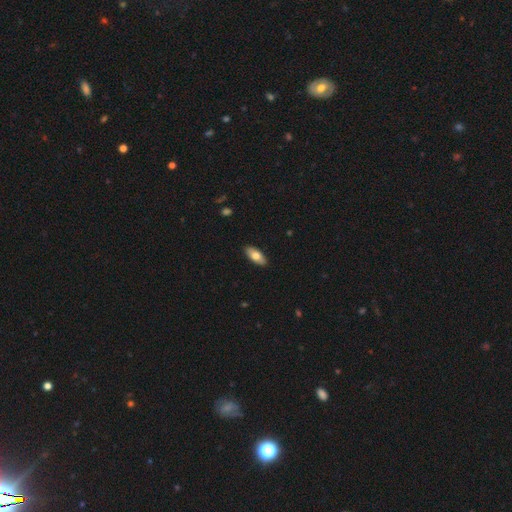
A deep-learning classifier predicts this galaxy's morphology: smooth-or-featured: smooth: 73% | featured or disk: 21% | star or artifact: 6%
  how-rounded: in between: 87% | cigar-shaped: 11% | round: 2%
  merging: none: 90% | minor disturbance: 8% | major disturbance: 2% | merger: 1%